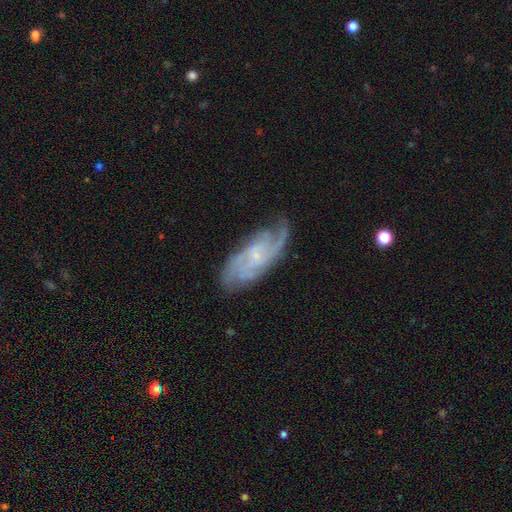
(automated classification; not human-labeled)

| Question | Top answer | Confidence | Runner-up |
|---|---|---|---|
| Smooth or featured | featured or disk | 82% | smooth (12%) |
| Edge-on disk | no | 93% | yes (7%) |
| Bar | no | 55% | weak (38%) |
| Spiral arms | yes | 95% | no (5%) |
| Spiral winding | medium | 44% | tight (40%) |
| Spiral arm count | can't tell | 30% | 2 (29%) |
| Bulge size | small | 65% | none (17%) |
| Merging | none | 69% | minor disturbance (21%) |